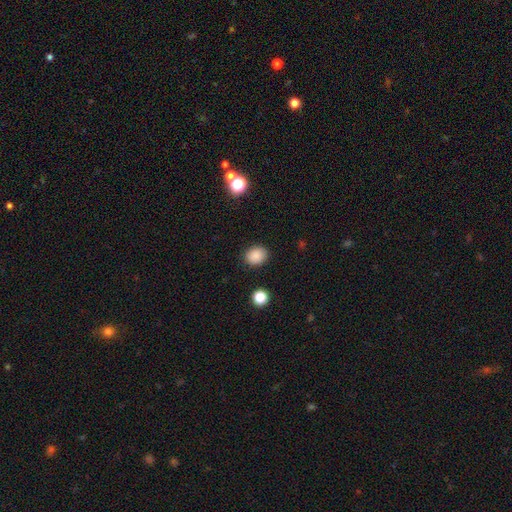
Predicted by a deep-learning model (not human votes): Smooth or featured?
  - smooth: 87% *
  - star or artifact: 10%
  - featured or disk: 3%
How rounded?
  - round: 58% *
  - in between: 41%
  - cigar-shaped: 1%
Merging?
  - none: 89% *
  - minor disturbance: 8%
  - major disturbance: 2%
  - merger: 1%